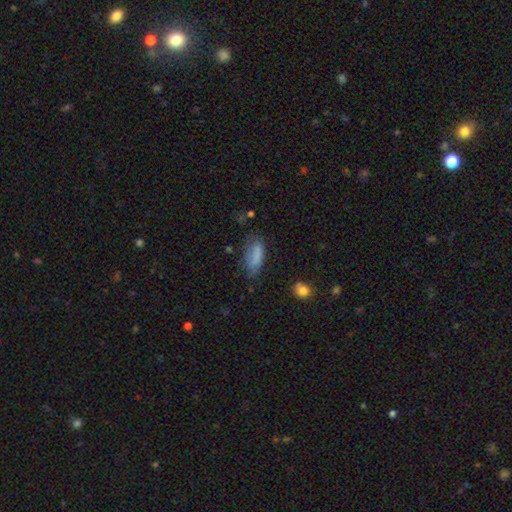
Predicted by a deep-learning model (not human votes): Q: Smooth or featured?
A: smooth (79%); runner-up: featured or disk (12%)
Q: How rounded?
A: in between (76%); runner-up: cigar-shaped (21%)
Q: Merging?
A: none (60%); runner-up: minor disturbance (28%)